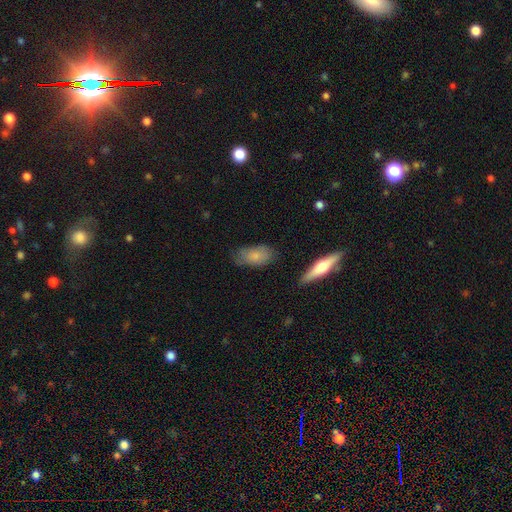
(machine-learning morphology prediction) Smooth or featured? Predicted: smooth (p=0.75). How rounded? Predicted: in between (p=0.89). Merging? Predicted: none (p=0.69).